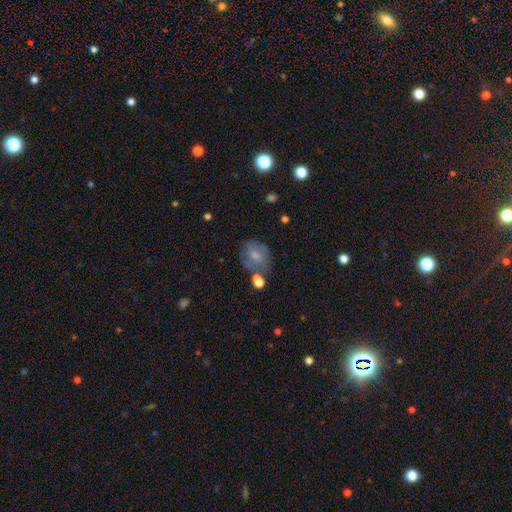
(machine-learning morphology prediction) Smooth or featured? smooth (62%)
How rounded? round (56%)
Merging? none (49%)